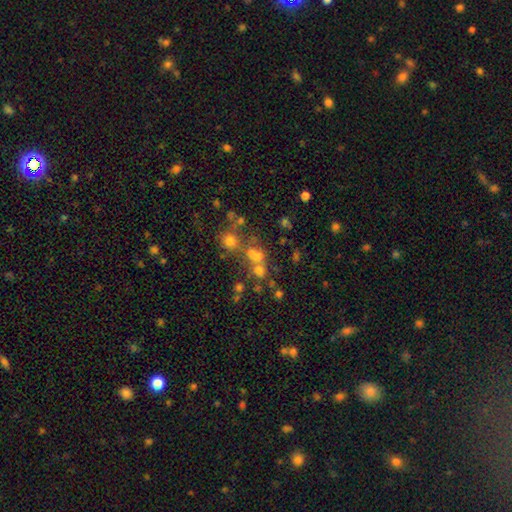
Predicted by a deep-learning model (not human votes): The model was most divided on "merging": none: 48%, merger: 38%, minor disturbance: 8%, major disturbance: 6%. Remaining: smooth or featured — smooth (50%).